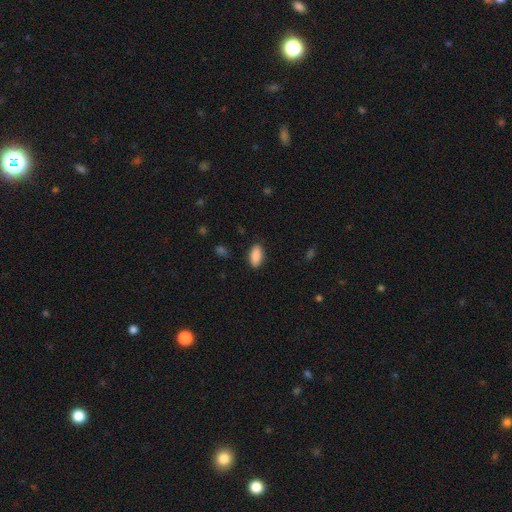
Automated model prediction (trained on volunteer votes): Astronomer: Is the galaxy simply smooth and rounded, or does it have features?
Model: smooth — 89%.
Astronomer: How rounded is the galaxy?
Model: in between — 87%.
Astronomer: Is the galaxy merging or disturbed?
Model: none — 87%.